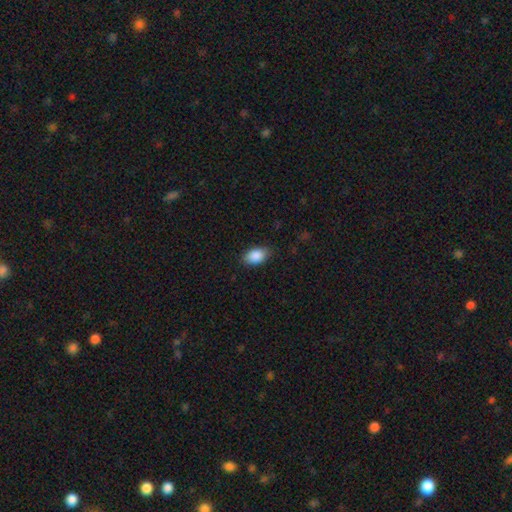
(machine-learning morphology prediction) Overall: smooth (89%). How rounded: in between (89%). Merging: none (82%).